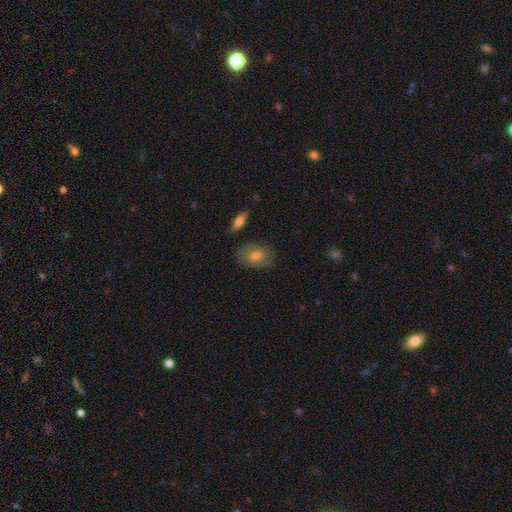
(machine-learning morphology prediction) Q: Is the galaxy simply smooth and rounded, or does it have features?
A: smooth — 53%.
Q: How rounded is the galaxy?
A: in between — 78%.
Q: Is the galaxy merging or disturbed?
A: none — 80%.